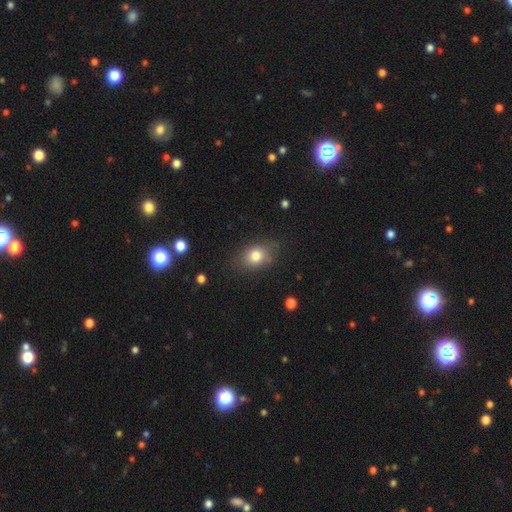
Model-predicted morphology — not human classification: Smooth or featured? Predicted: smooth (p=0.79). How rounded? Predicted: in between (p=0.66). Merging? Predicted: none (p=0.77).